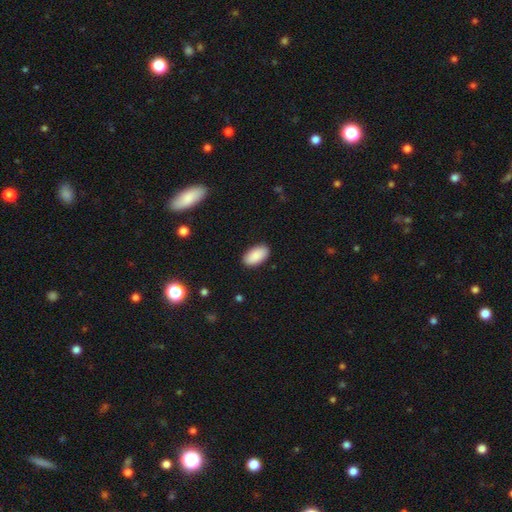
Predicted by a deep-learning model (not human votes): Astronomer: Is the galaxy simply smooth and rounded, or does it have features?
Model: smooth — 90%.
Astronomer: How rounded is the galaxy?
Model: in between — 96%.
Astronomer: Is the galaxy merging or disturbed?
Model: none — 89%.